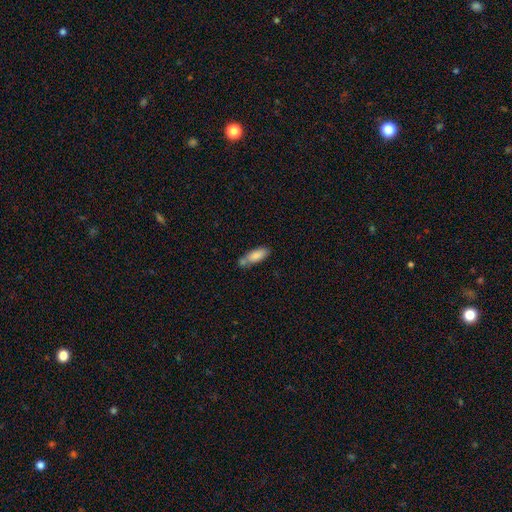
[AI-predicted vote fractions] This appears to be a smooth galaxy with no disk features (83%) that is in between round and cigar-shaped (68%). Merging: none (51%).